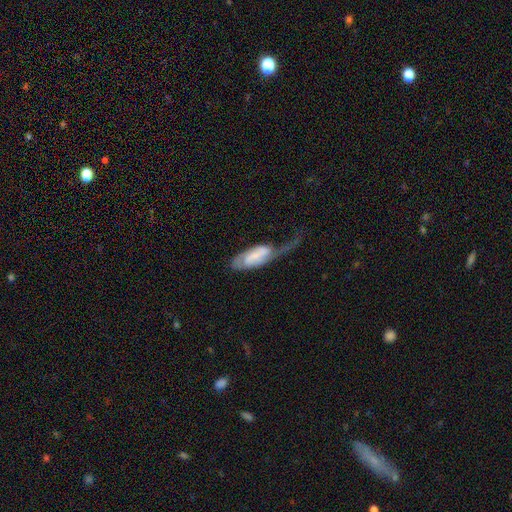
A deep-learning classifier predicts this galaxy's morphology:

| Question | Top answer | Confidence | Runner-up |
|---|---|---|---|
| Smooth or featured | featured or disk | 56% | smooth (38%) |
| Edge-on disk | no | 90% | yes (10%) |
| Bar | weak | 38% | no (37%) |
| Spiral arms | yes | 81% | no (19%) |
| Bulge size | small | 40% | none (26%) |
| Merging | major disturbance | 57% | minor disturbance (22%) |